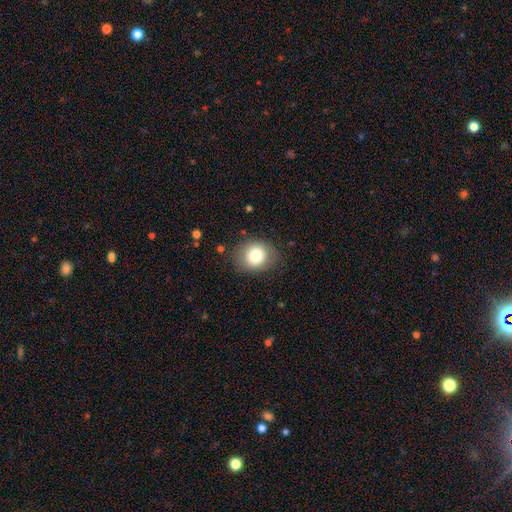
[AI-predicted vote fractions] smooth_or_featured: smooth (p=0.78) [alt: featured or disk p=0.12]
how_rounded: round (p=0.67) [alt: in between p=0.32]
merging: none (p=0.82) [alt: minor disturbance p=0.13]